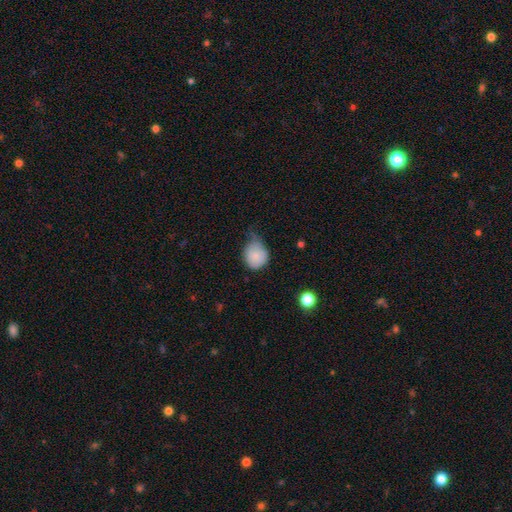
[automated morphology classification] The model was most divided on "merging": minor disturbance: 51%, none: 29%, major disturbance: 17%, merger: 3%. More confident: smooth or featured — smooth (82%); how rounded — round (66%).